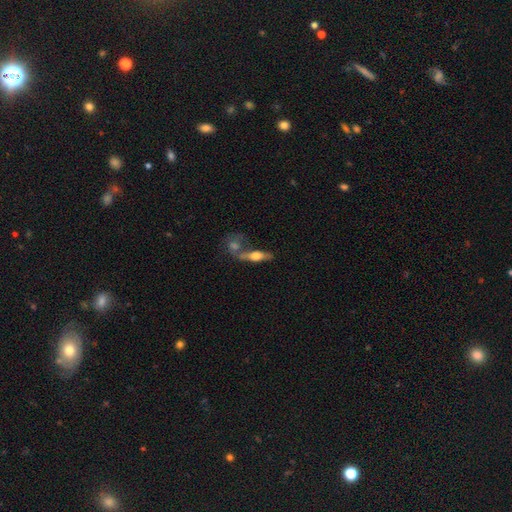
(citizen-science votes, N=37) Overall: featured or disk (68%; smooth 30%). Edge-on disk: yes (92%). Edge-on bulge: rounded (91%). Merging: none (61%).